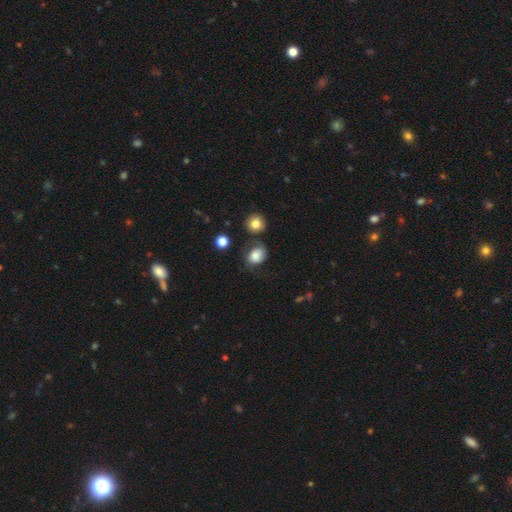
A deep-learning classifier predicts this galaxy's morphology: Overall: smooth (77%). How rounded: in between (53%; round 46%). Merging: none (52%; minor disturbance 27%).